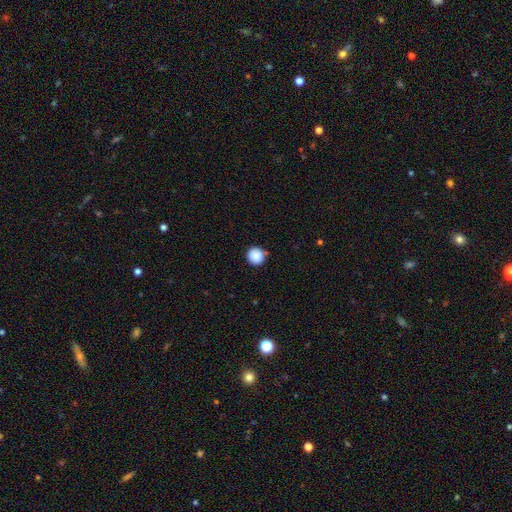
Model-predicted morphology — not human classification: smooth 88%, star or artifact 9%, featured or disk 3%. Down the decision tree: how rounded — round (95%); merging — none (87%).